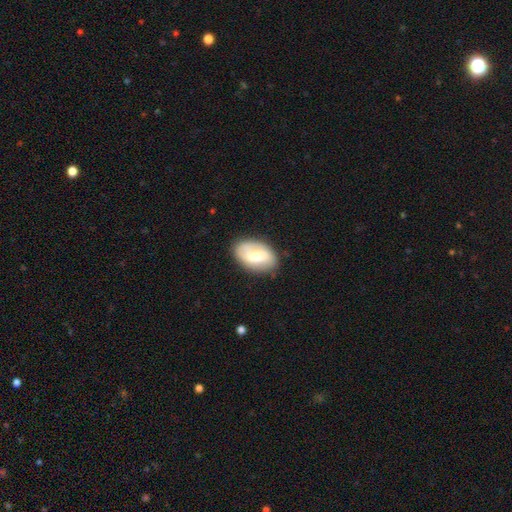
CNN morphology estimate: Smooth or featured? Predicted: smooth (p=0.54). How rounded? Predicted: in between (p=0.90). Merging? Predicted: none (p=0.72).